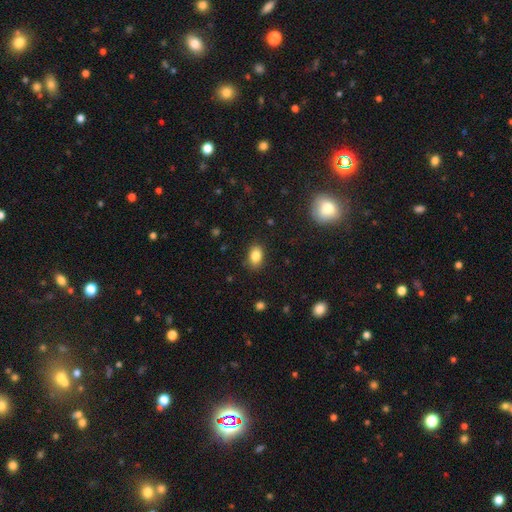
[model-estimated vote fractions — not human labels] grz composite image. It shows a smooth galaxy with no disk features (85%) that is in between round and cigar-shaped (82%). Merging: none (84%).